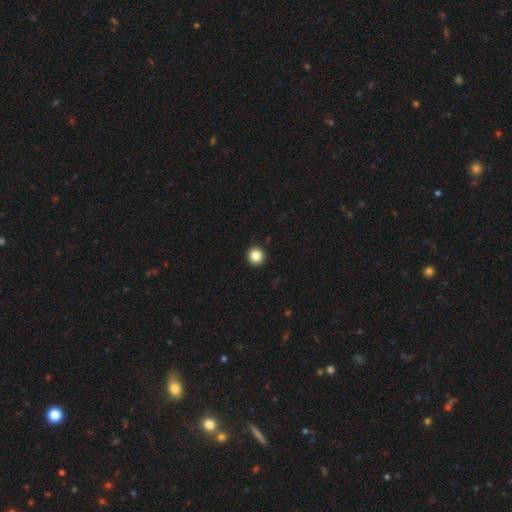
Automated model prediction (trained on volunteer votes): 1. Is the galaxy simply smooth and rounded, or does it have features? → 85% smooth, 11% star or artifact, 5% featured or disk.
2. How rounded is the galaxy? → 95% round, 4% in between, 1% cigar-shaped.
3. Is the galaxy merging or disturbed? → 94% none, 4% minor disturbance, 1% major disturbance, 1% merger.